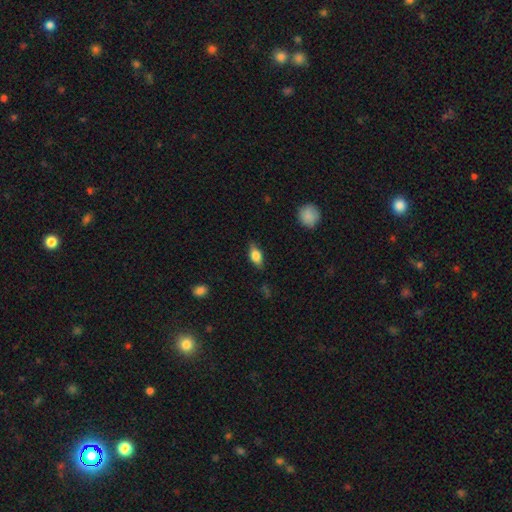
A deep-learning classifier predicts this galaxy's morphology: Smooth or featured? smooth (70%)
How rounded? in between (81%)
Merging? none (80%)